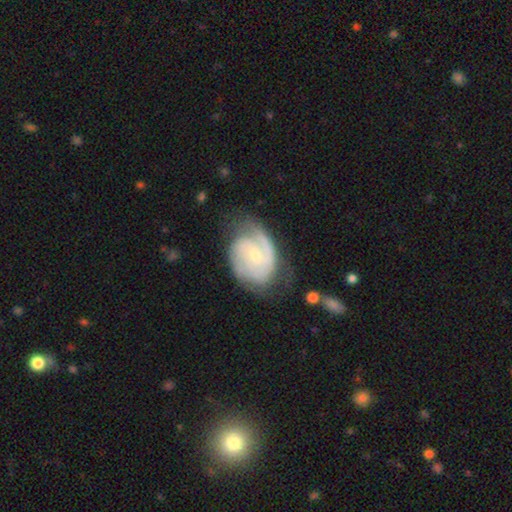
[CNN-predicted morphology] Q: Smooth or featured?
A: featured or disk (83%); runner-up: smooth (12%)
Q: Edge-on disk?
A: no (98%); runner-up: yes (2%)
Q: Bar?
A: no (46%); runner-up: weak (45%)
Q: Spiral arms?
A: yes (95%); runner-up: no (5%)
Q: Spiral winding?
A: tight (52%); runner-up: medium (37%)
Q: Spiral arm count?
A: 2 (53%); runner-up: can't tell (19%)
Q: Bulge size?
A: small (67%); runner-up: moderate (28%)
Q: Merging?
A: none (61%); runner-up: minor disturbance (24%)